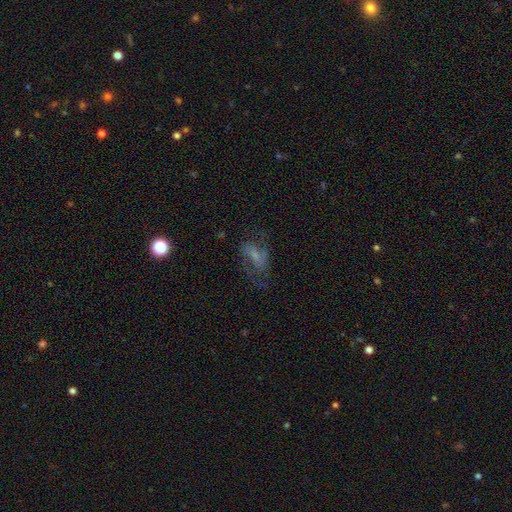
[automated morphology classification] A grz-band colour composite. It shows a featured or disk galaxy (61%) with a weak bar (42%), spiral arms (75%) and a small central bulge (54%). Merging: none (51%).